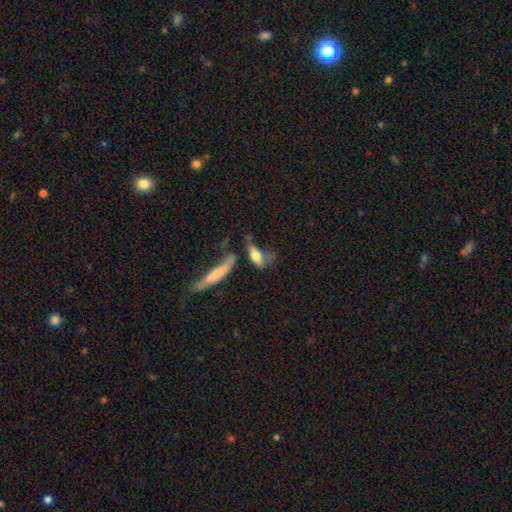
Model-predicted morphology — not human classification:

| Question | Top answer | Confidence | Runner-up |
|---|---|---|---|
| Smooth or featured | smooth | 64% | featured or disk (27%) |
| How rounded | in between | 64% | cigar-shaped (30%) |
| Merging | major disturbance | 31% | none (25%) |